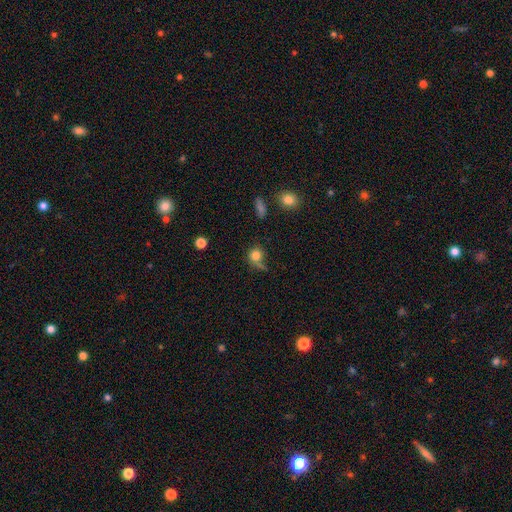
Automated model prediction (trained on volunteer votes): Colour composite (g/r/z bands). It shows a smooth galaxy with no disk features (79%) that is round (81%). Merging: none (48%).